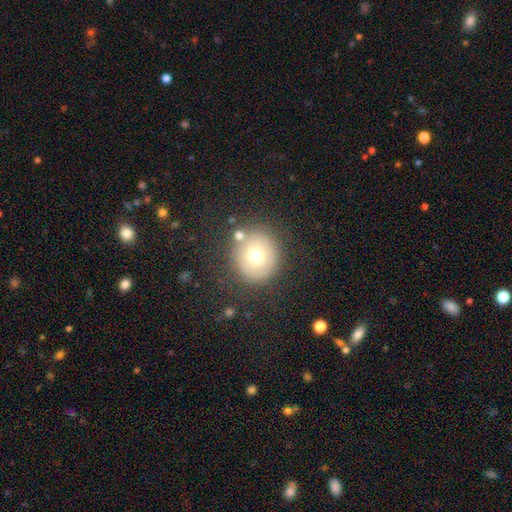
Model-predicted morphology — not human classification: This is likely a smooth galaxy (67%). How rounded: clearly round (86%). Merging: likely none (77%).